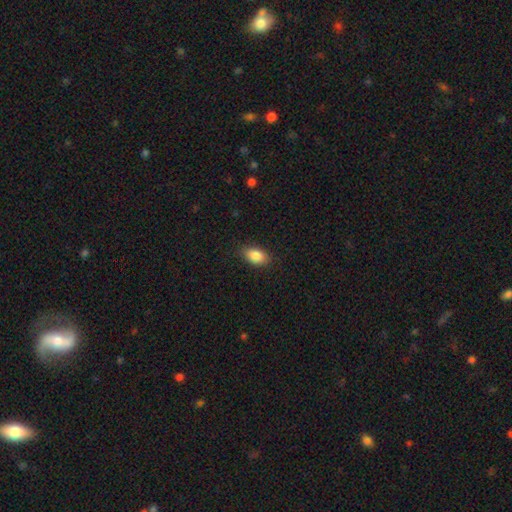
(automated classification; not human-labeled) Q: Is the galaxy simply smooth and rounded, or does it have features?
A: smooth — 86%.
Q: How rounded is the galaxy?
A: in between — 89%.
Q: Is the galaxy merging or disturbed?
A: none — 86%.